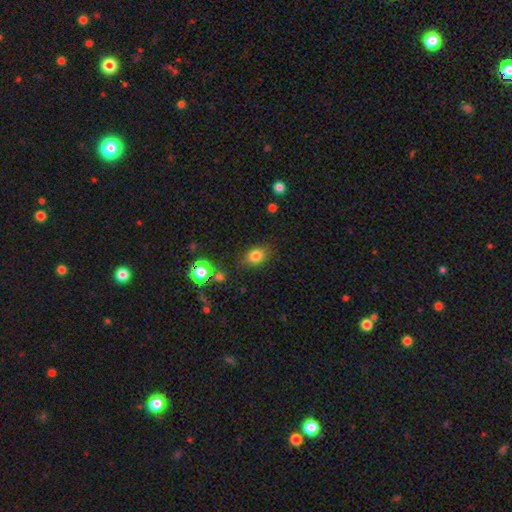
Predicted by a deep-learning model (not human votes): A smooth galaxy with no disk features (79%) that is in between round and cigar-shaped (66%). Merging: none (79%).